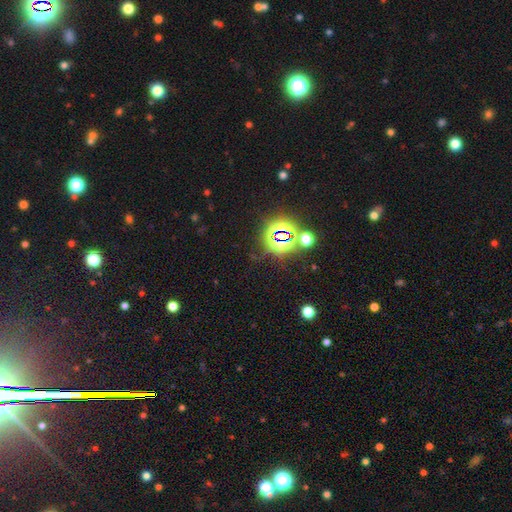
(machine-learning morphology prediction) Overall: star or artifact (79%).